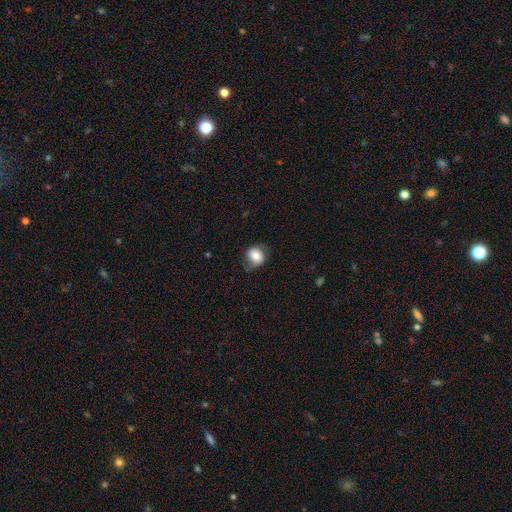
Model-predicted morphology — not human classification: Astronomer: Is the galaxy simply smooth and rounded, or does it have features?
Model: smooth — 75%.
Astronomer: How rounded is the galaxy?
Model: round — 68%.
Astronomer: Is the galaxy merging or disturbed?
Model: none — 68%.